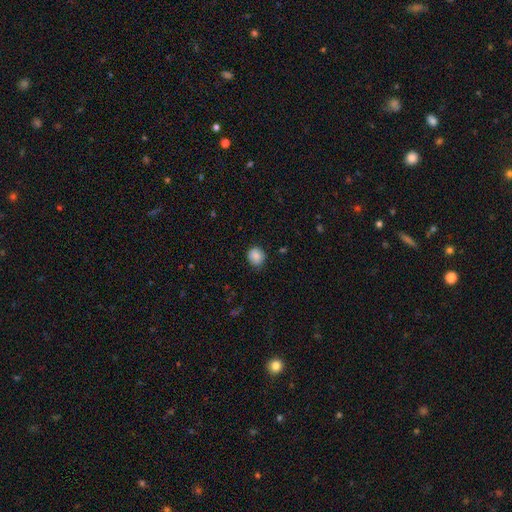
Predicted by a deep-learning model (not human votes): Smooth or featured? smooth (86%)
How rounded? round (82%)
Merging? none (81%)